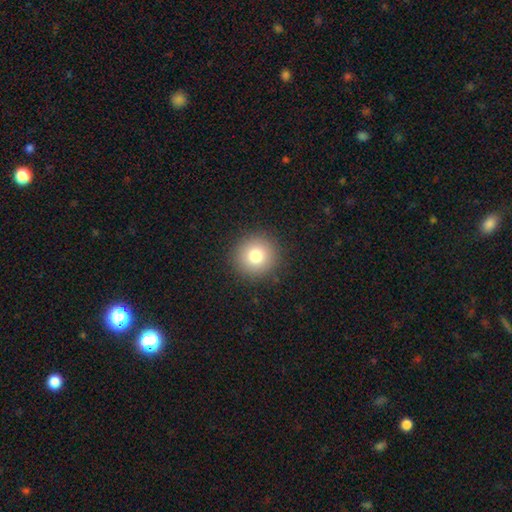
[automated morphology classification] Smooth or featured? smooth (80%)
How rounded? round (94%)
Merging? none (91%)